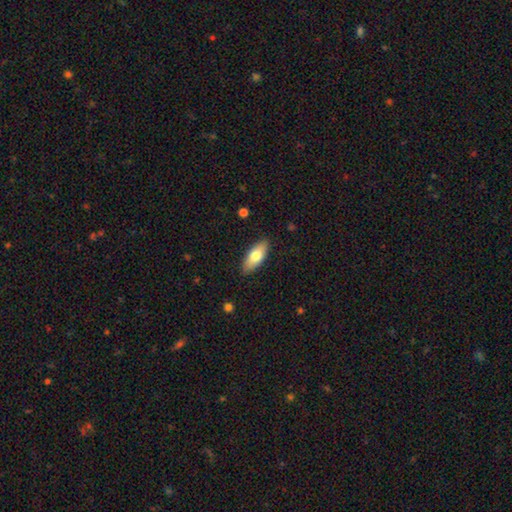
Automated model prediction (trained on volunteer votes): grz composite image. It shows a smooth galaxy with no disk features (74%) that is in between round and cigar-shaped (82%). Merging: none (87%).